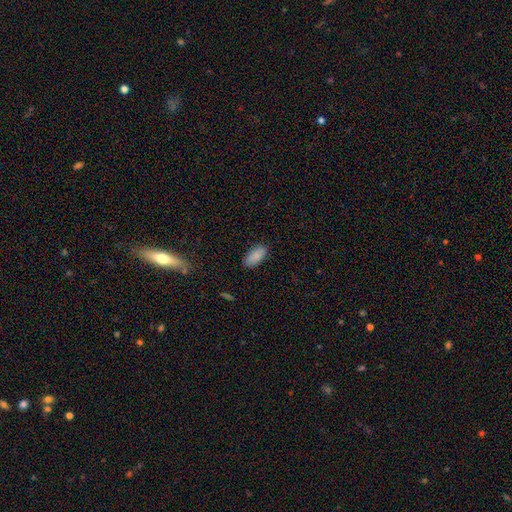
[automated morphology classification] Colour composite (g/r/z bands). It shows a smooth galaxy with no disk features (88%) that is in between round and cigar-shaped (92%). Merging: none (87%).